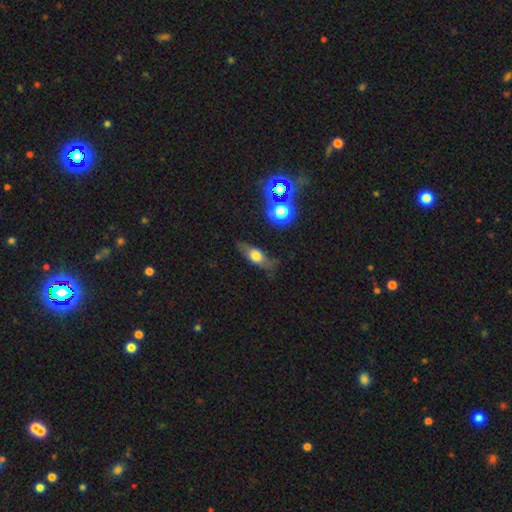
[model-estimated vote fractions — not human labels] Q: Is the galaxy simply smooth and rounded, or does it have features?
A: smooth — 53%.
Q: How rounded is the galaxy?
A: in between — 57%.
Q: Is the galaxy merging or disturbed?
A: none — 68%.